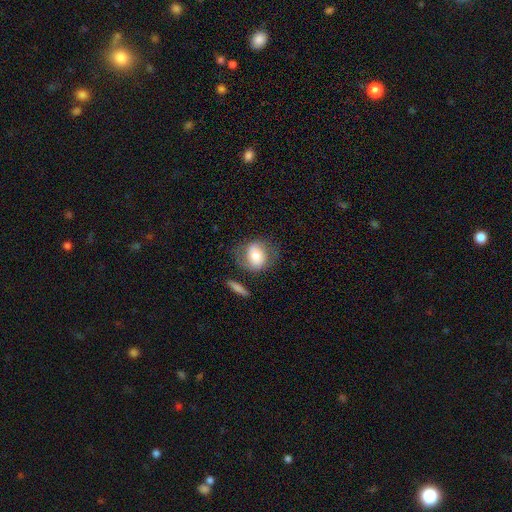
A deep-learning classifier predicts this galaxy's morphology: type=smooth (62%); roundness=round (62%); merging=none (65%).